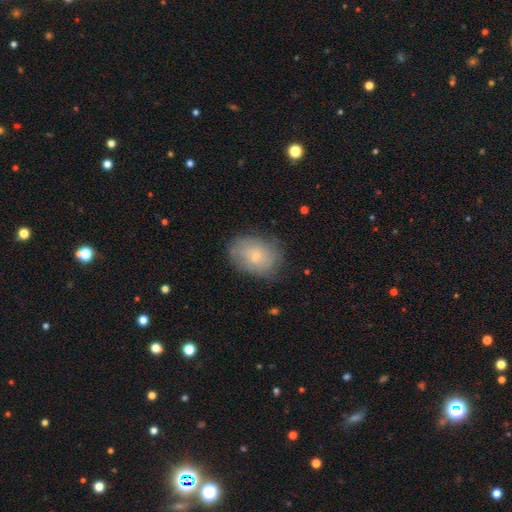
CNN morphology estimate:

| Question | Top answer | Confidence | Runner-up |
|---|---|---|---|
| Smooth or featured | smooth | 63% | featured or disk (29%) |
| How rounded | in between | 75% | round (24%) |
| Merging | none | 73% | minor disturbance (20%) |